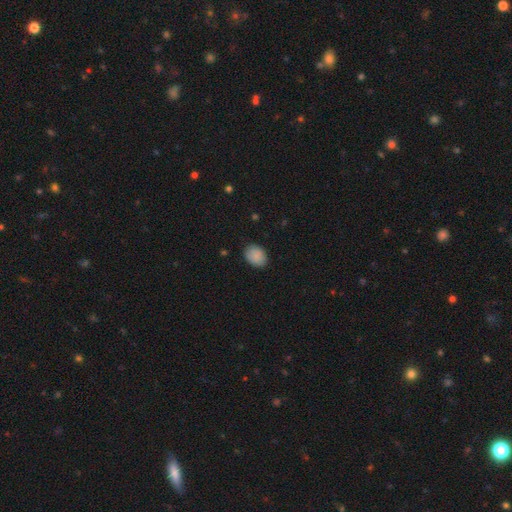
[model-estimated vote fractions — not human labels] Overall: smooth (88%). How rounded: in between (71%). Merging: none (84%).